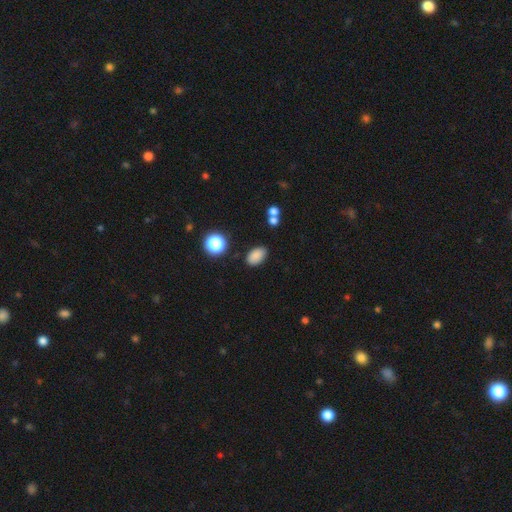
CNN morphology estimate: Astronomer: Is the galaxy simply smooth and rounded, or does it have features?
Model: smooth — 83%.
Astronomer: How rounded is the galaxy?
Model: in between — 88%.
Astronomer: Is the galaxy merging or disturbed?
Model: none — 82%.